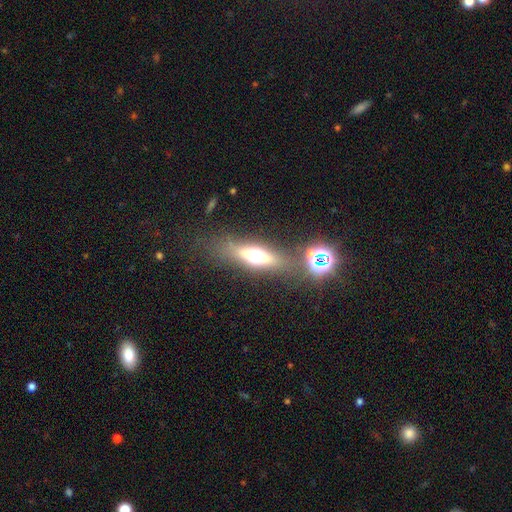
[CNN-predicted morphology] Smooth or featured? Predicted: featured or disk (p=0.46). Merging? Predicted: none (p=0.72).